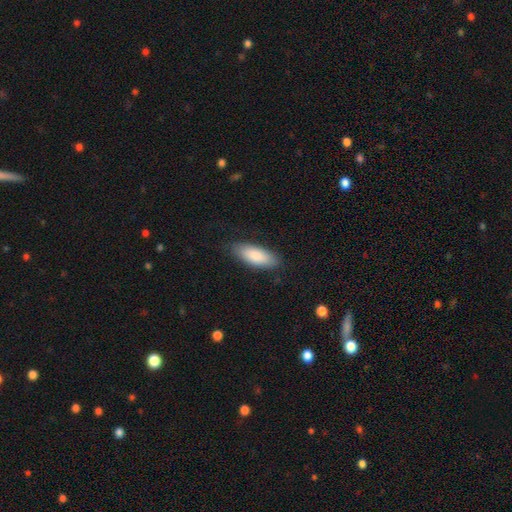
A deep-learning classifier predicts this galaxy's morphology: This appears to be a smooth galaxy with no disk features (86%) that is in between round and cigar-shaped (76%). Merging: none (85%).